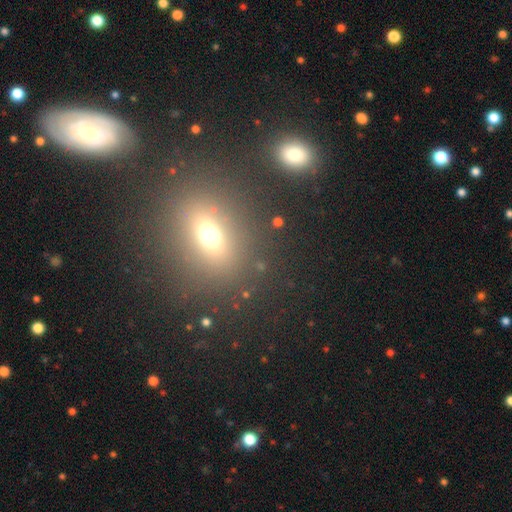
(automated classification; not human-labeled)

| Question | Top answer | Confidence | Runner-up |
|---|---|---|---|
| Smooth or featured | smooth | 52% | star or artifact (29%) |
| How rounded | in between | 56% | round (38%) |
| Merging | none | 81% | minor disturbance (9%) |